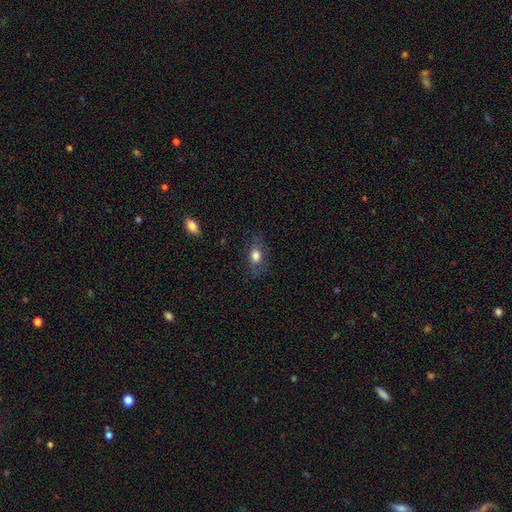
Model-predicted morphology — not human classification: smooth_or_featured: smooth (p=0.75) [alt: featured or disk p=0.16]
how_rounded: in between (p=0.76) [alt: round p=0.20]
merging: none (p=0.72) [alt: minor disturbance p=0.19]